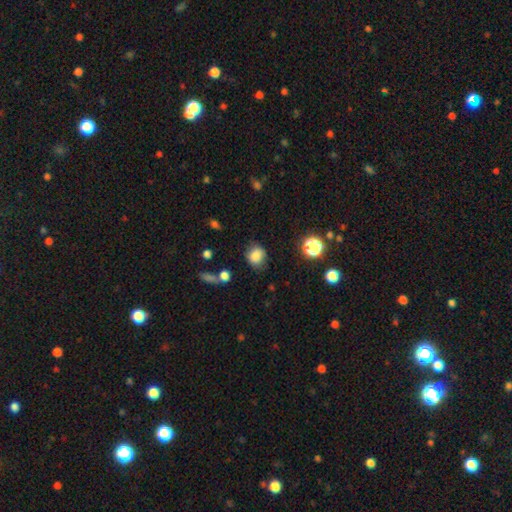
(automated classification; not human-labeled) Smooth or featured?
  - smooth: 83% *
  - star or artifact: 11%
  - featured or disk: 6%
How rounded?
  - round: 64% *
  - in between: 35%
  - cigar-shaped: 1%
Merging?
  - none: 73% *
  - minor disturbance: 19%
  - major disturbance: 6%
  - merger: 3%